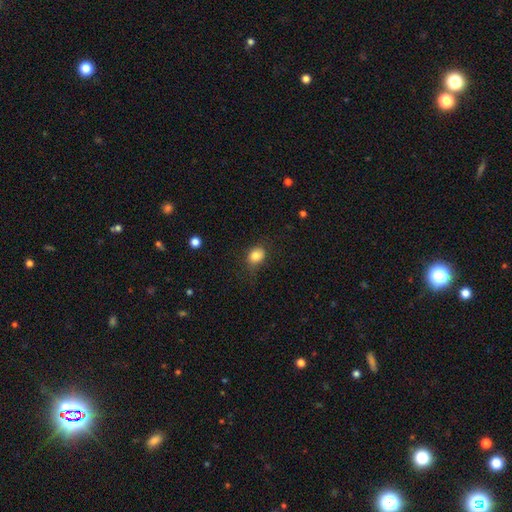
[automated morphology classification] Smooth or featured?
  - smooth: 83% *
  - star or artifact: 10%
  - featured or disk: 7%
How rounded?
  - round: 54% *
  - in between: 45%
  - cigar-shaped: 1%
Merging?
  - none: 69% *
  - minor disturbance: 22%
  - major disturbance: 7%
  - merger: 1%